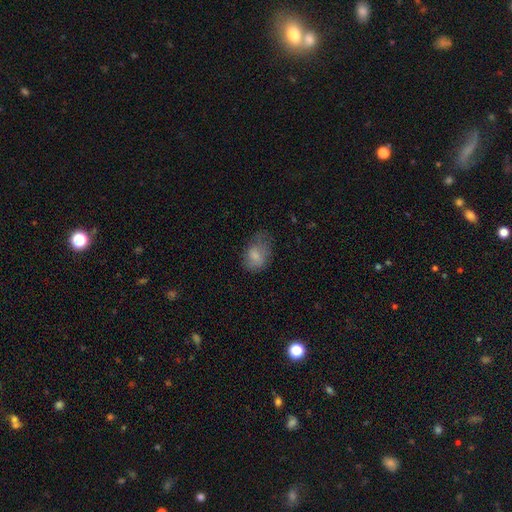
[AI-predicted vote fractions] smooth 74%, featured or disk 17%, star or artifact 9%. Down the decision tree: how rounded — in between (77%); merging — none (44%).